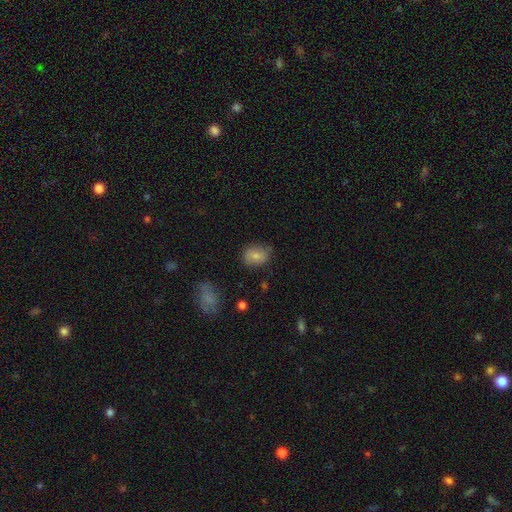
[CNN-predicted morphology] smooth-or-featured: smooth: 76% | featured or disk: 15% | star or artifact: 9%
  how-rounded: round: 52% | in between: 47% | cigar-shaped: 1%
  merging: none: 75% | minor disturbance: 18% | major disturbance: 4% | merger: 2%